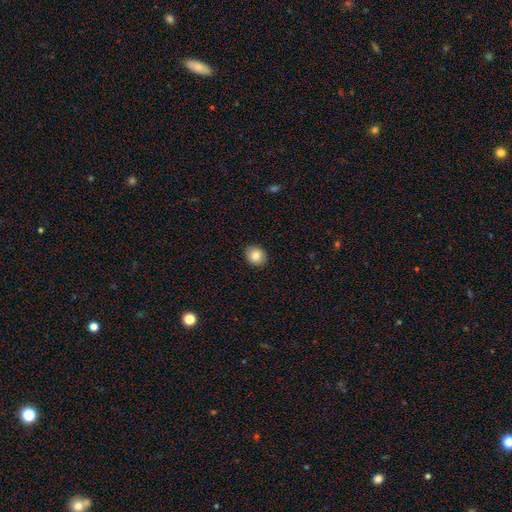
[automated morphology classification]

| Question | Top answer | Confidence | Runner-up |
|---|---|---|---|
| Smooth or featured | smooth | 84% | star or artifact (9%) |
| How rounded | round | 65% | in between (34%) |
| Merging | none | 91% | minor disturbance (7%) |